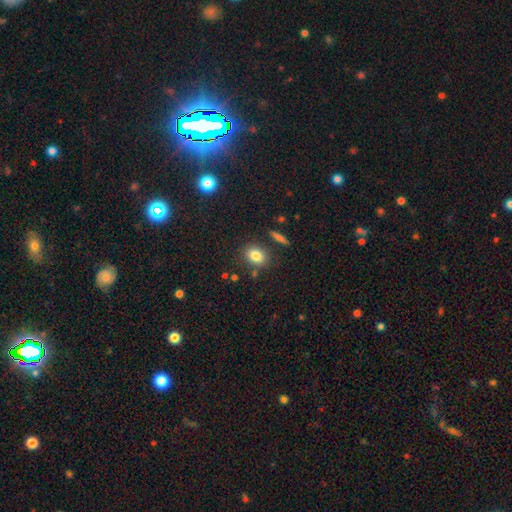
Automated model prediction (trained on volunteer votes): Smooth or featured?
  - smooth: 82% *
  - star or artifact: 10%
  - featured or disk: 8%
How rounded?
  - in between: 55% *
  - round: 43%
  - cigar-shaped: 2%
Merging?
  - none: 80% *
  - minor disturbance: 11%
  - merger: 6%
  - major disturbance: 3%